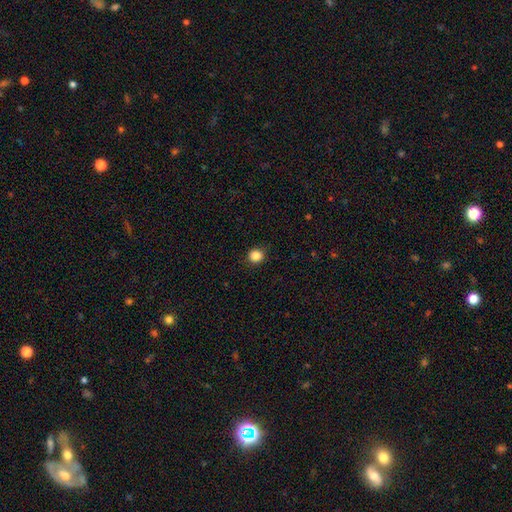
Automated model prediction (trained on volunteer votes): A smooth galaxy with no disk features (85%) that is round (86%).

Vote fractions:
- Smooth or featured? smooth: 85% / star or artifact: 11% / featured or disk: 4%
- How rounded? round: 86% / in between: 13% / cigar-shaped: 1%
- Merging? none: 90% / minor disturbance: 7% / major disturbance: 2% / merger: 1%